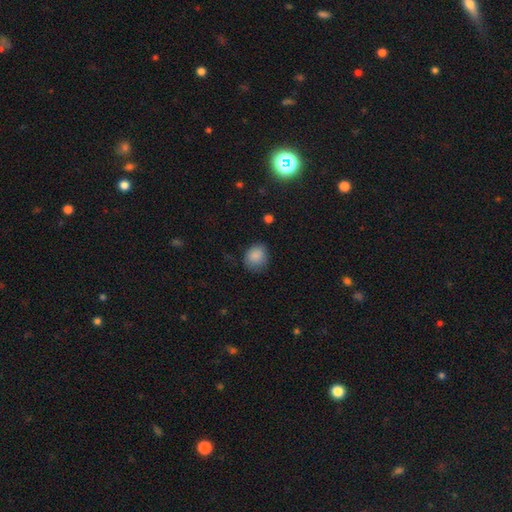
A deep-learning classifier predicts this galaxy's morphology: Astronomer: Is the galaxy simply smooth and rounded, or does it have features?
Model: smooth — 87%.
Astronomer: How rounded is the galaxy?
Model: round — 72%.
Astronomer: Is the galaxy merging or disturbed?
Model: none — 74%.